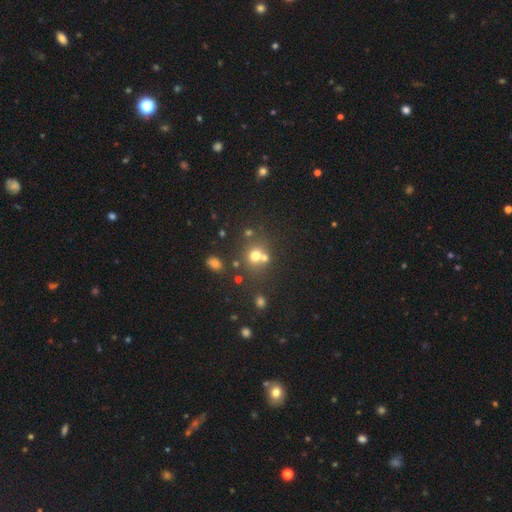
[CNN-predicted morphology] Smooth or featured: smooth — 66% (star or artifact — 20%)
How rounded: round — 81% (in between — 18%)
Merging: none — 54% (merger — 32%)